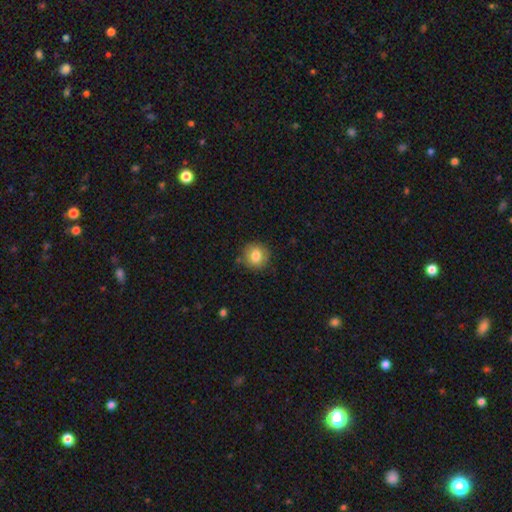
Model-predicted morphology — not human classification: This appears to be a smooth galaxy with no disk features (81%) that is round (87%). Merging: none (84%).